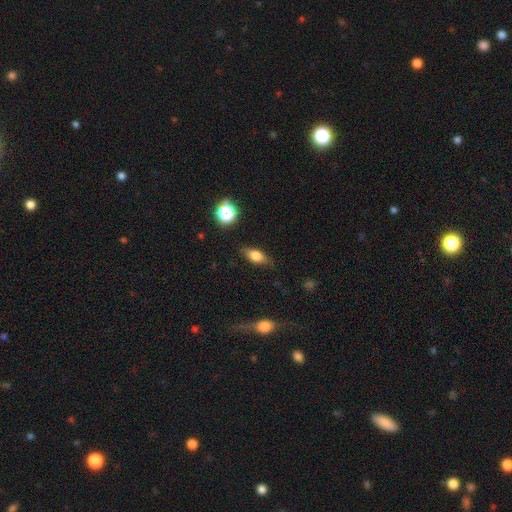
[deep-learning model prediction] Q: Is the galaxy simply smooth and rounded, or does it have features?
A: smooth — 71%.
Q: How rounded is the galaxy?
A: in between — 75%.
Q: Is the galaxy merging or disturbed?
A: none — 79%.